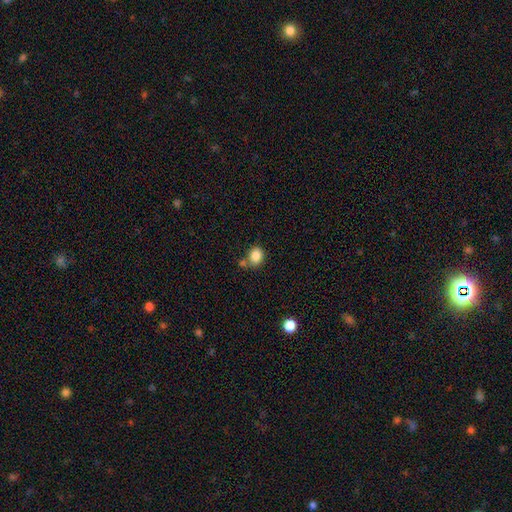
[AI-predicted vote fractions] smooth 85%, star or artifact 9%, featured or disk 6%. Down the decision tree: how rounded — round (53%); merging — none (63%).